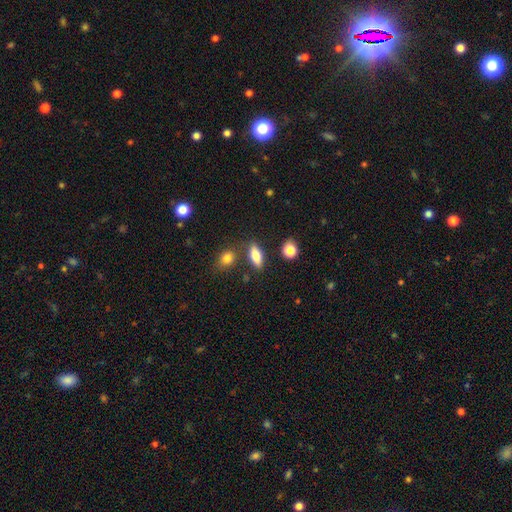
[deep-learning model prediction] smooth-or-featured: smooth: 75% | featured or disk: 17% | star or artifact: 8%
  how-rounded: in between: 69% | cigar-shaped: 25% | round: 6%
  merging: none: 78% | minor disturbance: 12% | merger: 6% | major disturbance: 4%